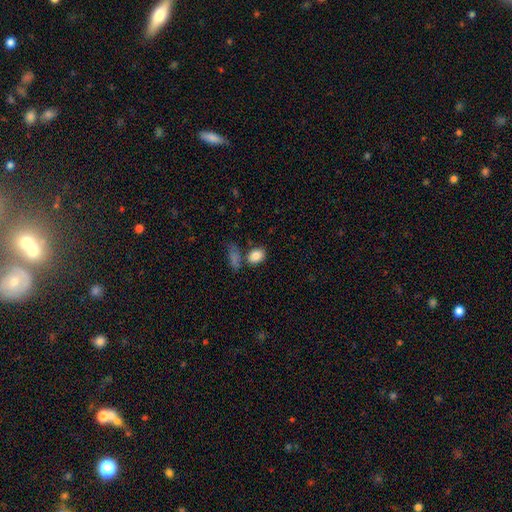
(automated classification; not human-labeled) Overall: smooth (86%). How rounded: in between (69%; round 29%). Merging: none (65%).